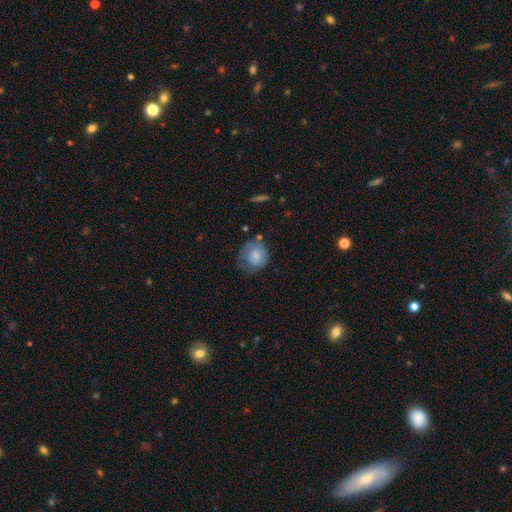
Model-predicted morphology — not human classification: Smooth or featured? Predicted: smooth (p=0.69). How rounded? Predicted: round (p=0.73). Merging? Predicted: none (p=0.49).